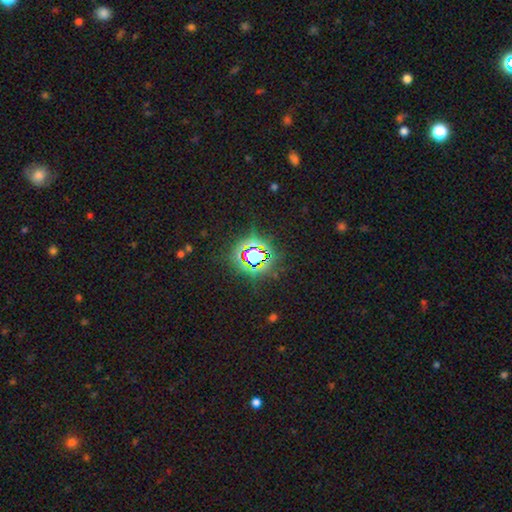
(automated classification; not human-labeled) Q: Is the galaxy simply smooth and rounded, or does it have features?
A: star or artifact — 75%.